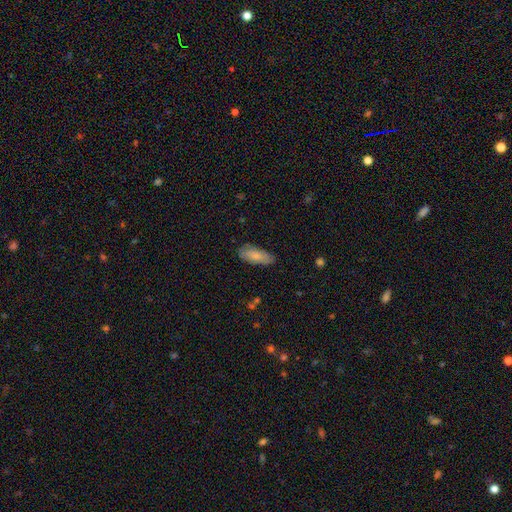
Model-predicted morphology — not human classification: smooth 79%, featured or disk 15%, star or artifact 6%. Down the decision tree: how rounded — in between (81%); merging — none (76%).